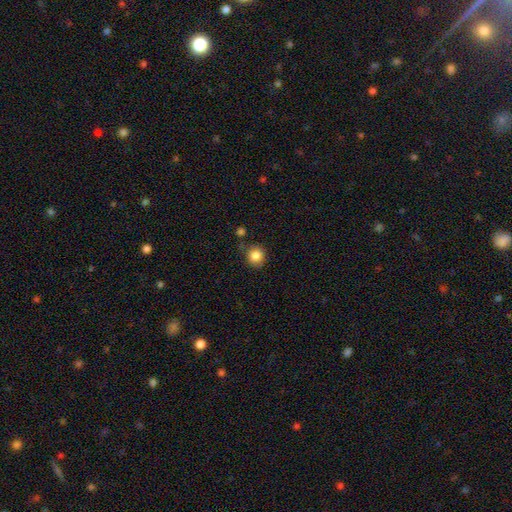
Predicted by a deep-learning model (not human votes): The model was most divided on "merging": none: 81%, minor disturbance: 11%, merger: 5%, major disturbance: 3%. More confident: how rounded — round (88%); smooth or featured — smooth (85%).